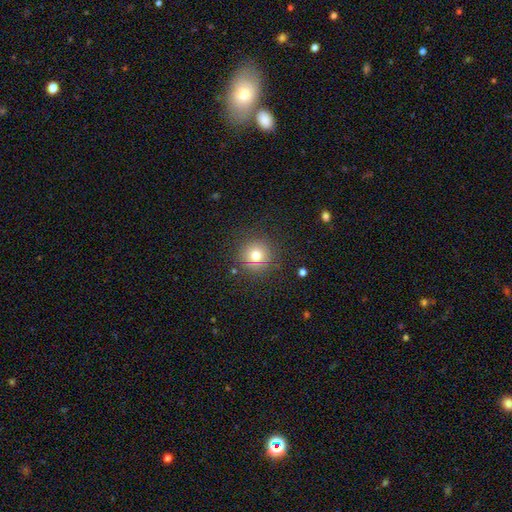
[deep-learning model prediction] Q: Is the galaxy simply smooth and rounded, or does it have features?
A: smooth — 75%.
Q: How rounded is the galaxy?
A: round — 94%.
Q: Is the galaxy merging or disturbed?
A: none — 86%.